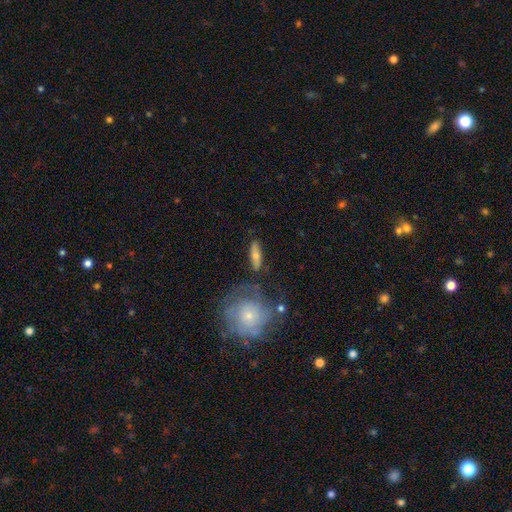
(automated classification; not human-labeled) This is possibly a smooth galaxy (56%). How rounded: possibly cigar-shaped (48%). Merging: likely none (75%).